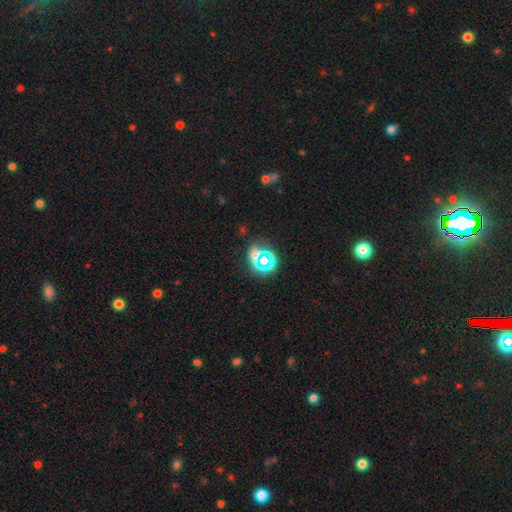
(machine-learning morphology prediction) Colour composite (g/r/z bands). It shows a star or artifact, not a galaxy (59%).